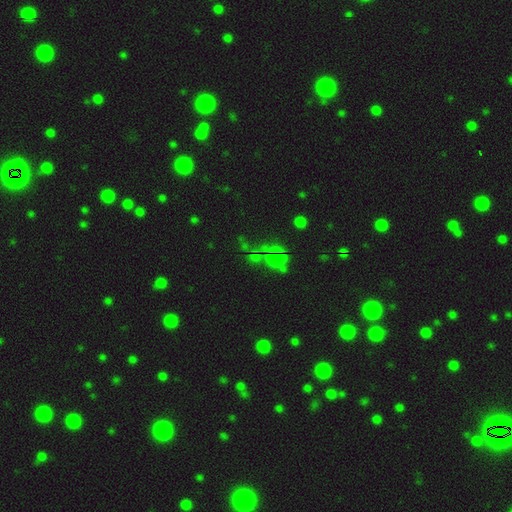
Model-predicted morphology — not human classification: Overall: star or artifact (56%; smooth 34%).